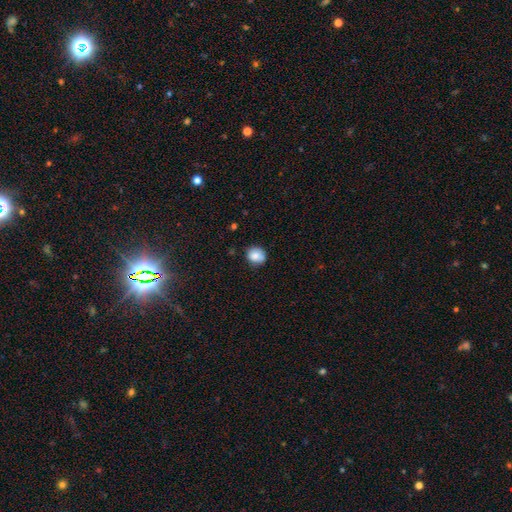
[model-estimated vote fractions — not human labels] A smooth galaxy with no disk features (83%) that is round (74%).

Vote fractions:
- Smooth or featured? smooth: 83% / star or artifact: 9% / featured or disk: 8%
- How rounded? round: 74% / in between: 25% / cigar-shaped: 1%
- Merging? none: 74% / minor disturbance: 20% / major disturbance: 4% / merger: 2%